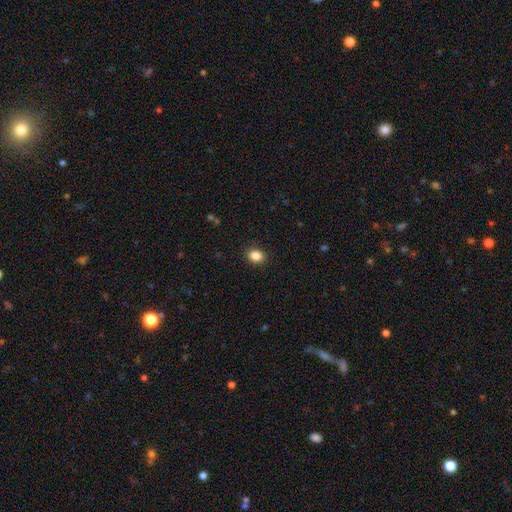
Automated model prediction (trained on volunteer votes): Morphology: type=smooth (85%); roundness=round (52%); merging=none (90%).